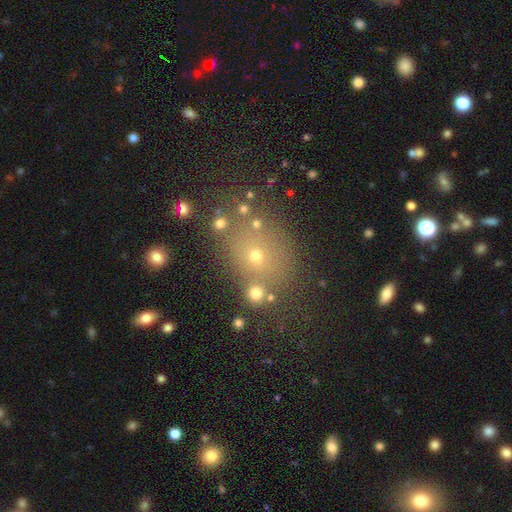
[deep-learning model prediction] A smooth galaxy with no disk features (49%). Merging: none (75%).